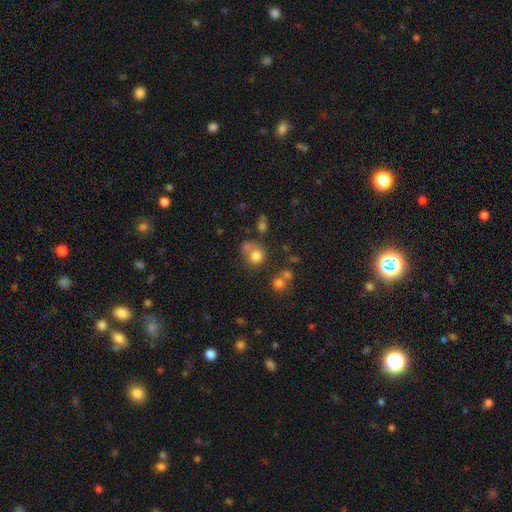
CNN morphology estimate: This is likely a smooth galaxy (77%). How rounded: likely round (79%). Merging: possibly none (49%).